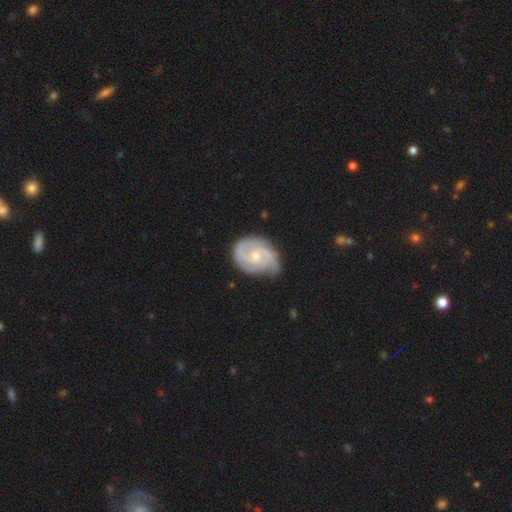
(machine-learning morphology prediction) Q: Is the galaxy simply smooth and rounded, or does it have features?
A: featured or disk — 84%.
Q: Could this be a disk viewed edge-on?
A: no — 98%.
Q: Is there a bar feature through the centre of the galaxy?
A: no — 62%.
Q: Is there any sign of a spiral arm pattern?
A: yes — 96%.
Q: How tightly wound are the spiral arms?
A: tight — 51%.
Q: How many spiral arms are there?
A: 2 — 59%.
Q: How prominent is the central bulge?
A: small — 57%.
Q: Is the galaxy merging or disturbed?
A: none — 66%.